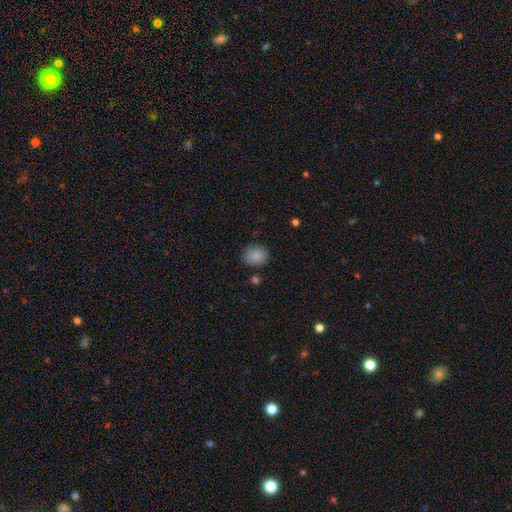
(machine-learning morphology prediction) smooth_or_featured: smooth (p=0.87) [alt: star or artifact p=0.09]
how_rounded: round (p=0.63) [alt: in between p=0.36]
merging: none (p=0.84) [alt: minor disturbance p=0.10]